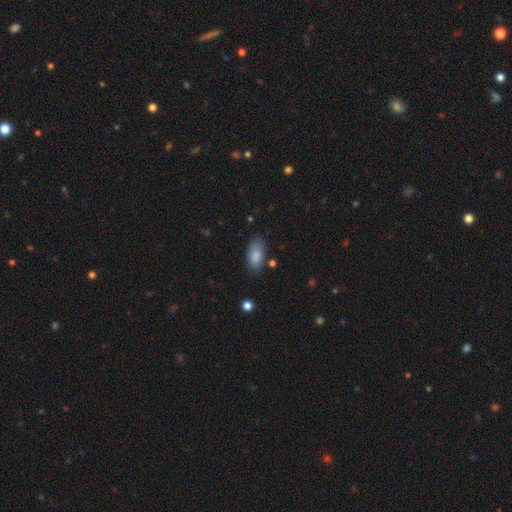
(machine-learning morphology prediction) smooth-or-featured: smooth: 86% | featured or disk: 7% | star or artifact: 7%
  how-rounded: in between: 92% | cigar-shaped: 6% | round: 3%
  merging: none: 77% | minor disturbance: 16% | major disturbance: 4% | merger: 3%